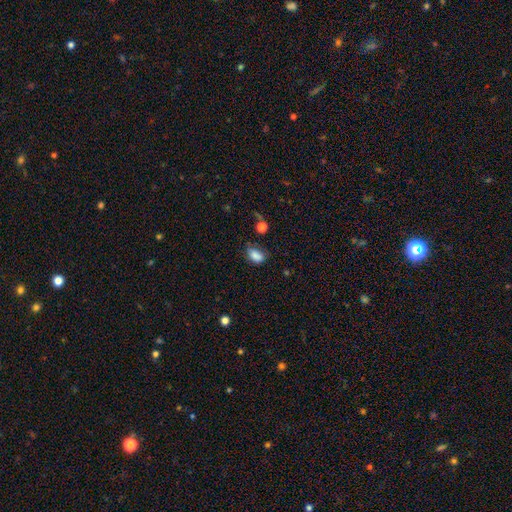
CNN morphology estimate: type=smooth (84%); roundness=in between (86%); merging=none (57%).